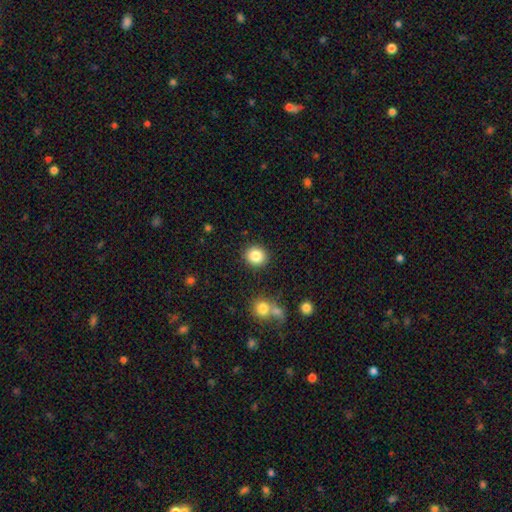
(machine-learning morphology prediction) Smooth or featured? Predicted: smooth (p=0.84). How rounded? Predicted: round (p=0.81). Merging? Predicted: none (p=0.88).